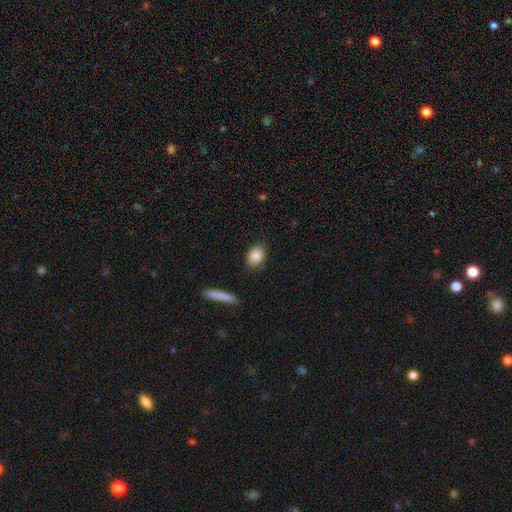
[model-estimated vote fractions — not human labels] A smooth galaxy with no disk features (85%) that is in between round and cigar-shaped (76%). Merging: none (82%).